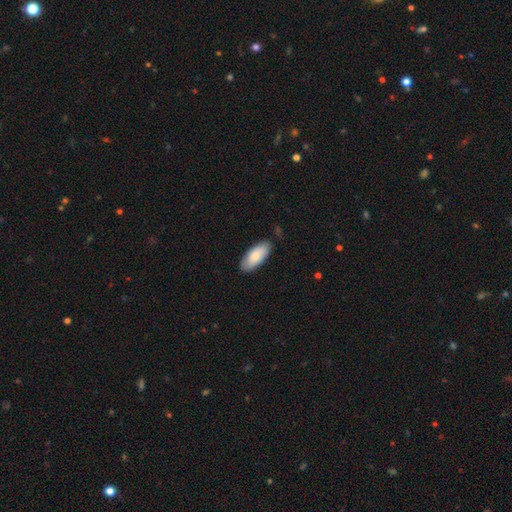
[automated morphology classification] A smooth galaxy with no disk features (80%) that is in between round and cigar-shaped (87%).

Vote fractions:
- Smooth or featured? smooth: 80% / featured or disk: 15% / star or artifact: 5%
- How rounded? in between: 87% / cigar-shaped: 11% / round: 2%
- Merging? none: 81% / minor disturbance: 15% / major disturbance: 2% / merger: 1%